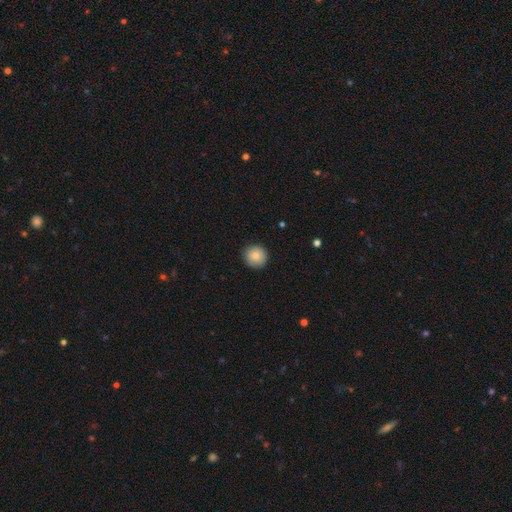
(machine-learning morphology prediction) A smooth galaxy with no disk features (83%) that is round (94%). Merging: none (90%).